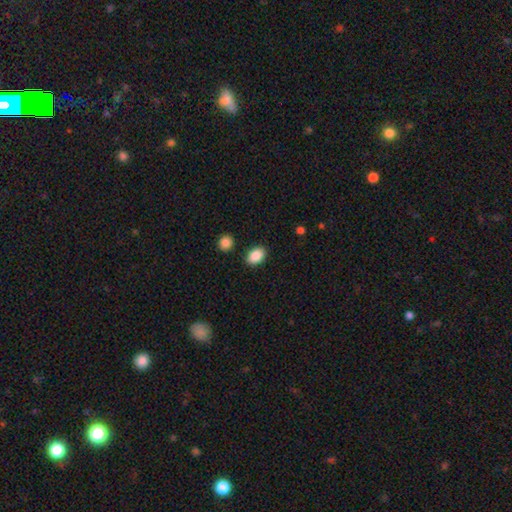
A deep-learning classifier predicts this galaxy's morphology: smooth-or-featured: smooth: 89% | star or artifact: 7% | featured or disk: 4%
  how-rounded: in between: 85% | round: 14% | cigar-shaped: 1%
  merging: none: 87% | minor disturbance: 8% | merger: 3% | major disturbance: 2%